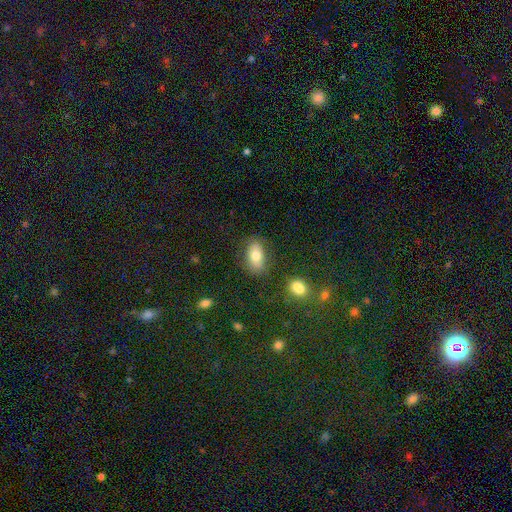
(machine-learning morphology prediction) Q: Smooth or featured?
A: smooth (75%); runner-up: featured or disk (16%)
Q: How rounded?
A: in between (90%); runner-up: round (8%)
Q: Merging?
A: none (78%); runner-up: minor disturbance (14%)